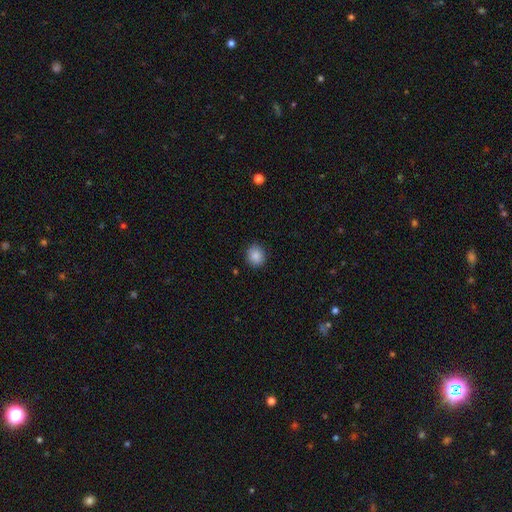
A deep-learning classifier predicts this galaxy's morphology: smooth_or_featured: smooth (p=0.87) [alt: star or artifact p=0.09]
how_rounded: round (p=0.79) [alt: in between p=0.20]
merging: none (p=0.89) [alt: minor disturbance p=0.07]